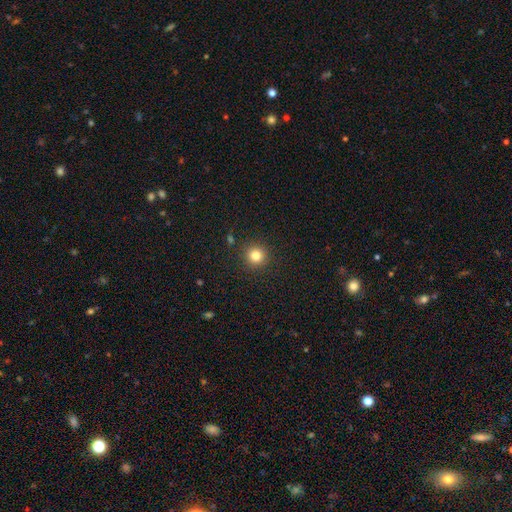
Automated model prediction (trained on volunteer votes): Morphology: type=smooth (82%); roundness=round (94%); merging=none (91%).